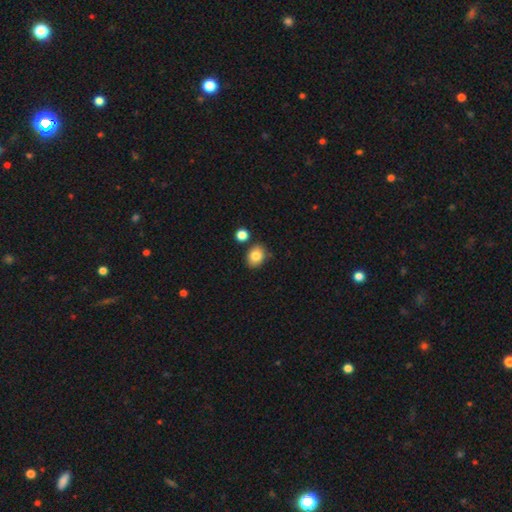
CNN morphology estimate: The model was most divided on "how rounded": in between: 57%, round: 42%, cigar-shaped: 1%. More confident: smooth or featured — smooth (83%); merging — none (77%).